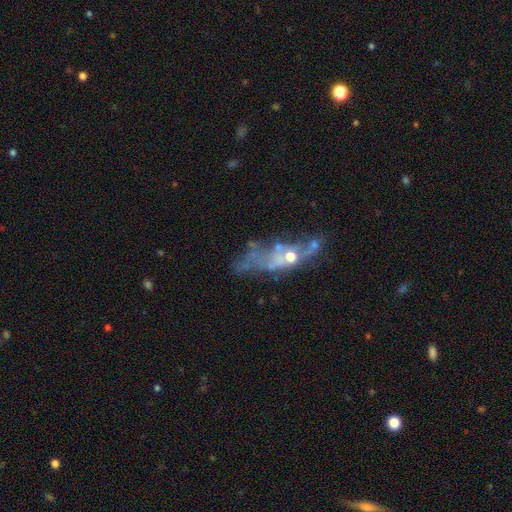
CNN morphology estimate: Smooth or featured? Predicted: featured or disk (p=0.57). Edge-on disk? Predicted: no (p=0.86). Merging? Predicted: none (p=0.34).